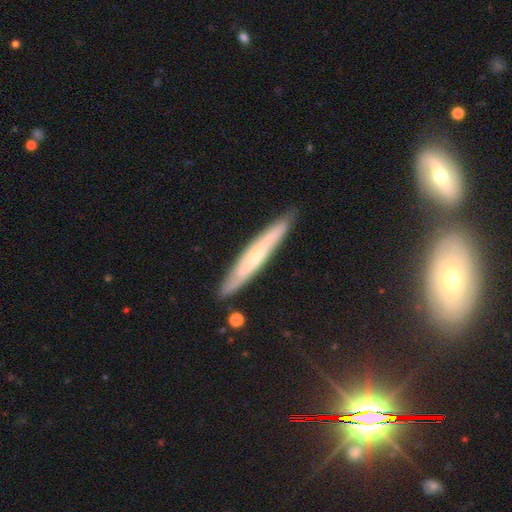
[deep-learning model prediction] smooth-or-featured: featured or disk: 53% | smooth: 40% | star or artifact: 7%
  disk-edge-on: yes: 80% | no: 20%
  merging: none: 87% | minor disturbance: 10% | major disturbance: 2% | merger: 1%